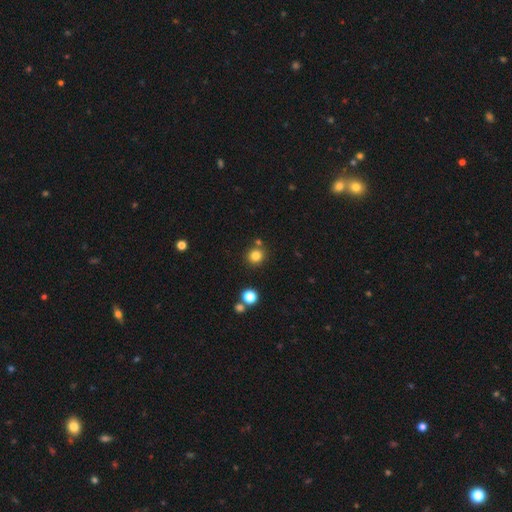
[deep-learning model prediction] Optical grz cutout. It shows a smooth galaxy with no disk features (82%) that is round (92%). Merging: none (82%).